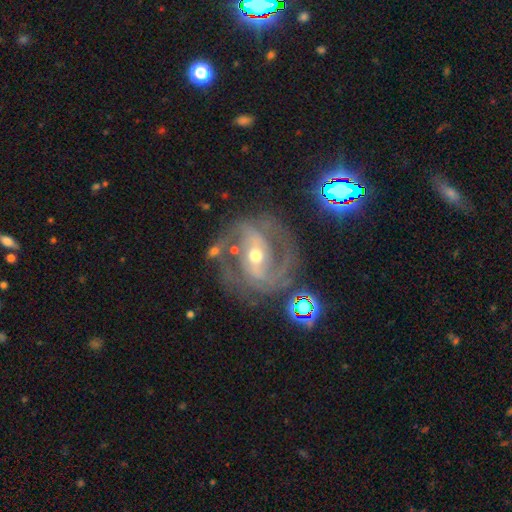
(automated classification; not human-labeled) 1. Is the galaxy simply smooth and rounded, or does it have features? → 88% featured or disk, 7% star or artifact, 5% smooth.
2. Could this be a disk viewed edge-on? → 97% no, 3% yes.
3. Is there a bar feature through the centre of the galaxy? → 40% strong, 37% weak, 23% no.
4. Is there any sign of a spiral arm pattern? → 95% yes, 5% no.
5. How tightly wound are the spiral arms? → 54% medium, 33% tight, 13% loose.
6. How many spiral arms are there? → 83% 2, 6% 3, 6% can't tell, 2% 1, 2% 4, 2% more than 4.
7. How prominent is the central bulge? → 61% moderate, 33% small, 3% large, 1% none, 1% dominant.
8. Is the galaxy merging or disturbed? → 68% none, 16% minor disturbance, 10% major disturbance, 5% merger.